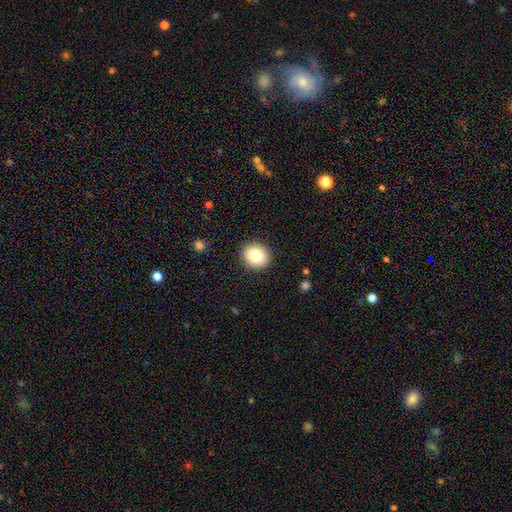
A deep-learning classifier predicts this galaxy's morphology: A smooth galaxy with no disk features (82%) that is round (76%).

Vote fractions:
- Smooth or featured? smooth: 82% / star or artifact: 9% / featured or disk: 8%
- How rounded? round: 76% / in between: 24% / cigar-shaped: 1%
- Merging? none: 91% / minor disturbance: 6% / major disturbance: 2% / merger: 1%